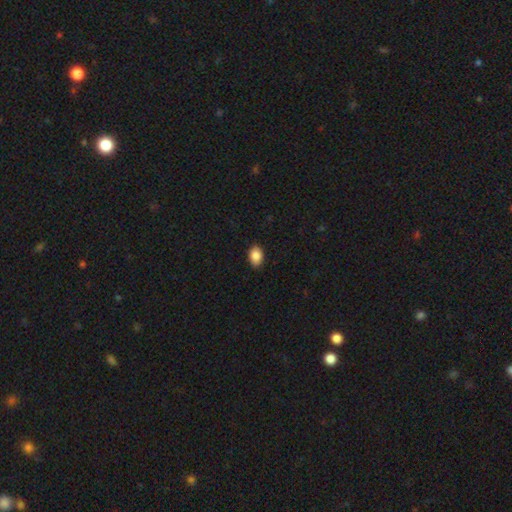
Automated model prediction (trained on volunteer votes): A smooth galaxy with no disk features (88%) that is in between round and cigar-shaped (84%).

Vote fractions:
- Smooth or featured? smooth: 88% / star or artifact: 8% / featured or disk: 4%
- How rounded? in between: 84% / round: 15% / cigar-shaped: 1%
- Merging? none: 88% / minor disturbance: 9% / major disturbance: 2% / merger: 1%